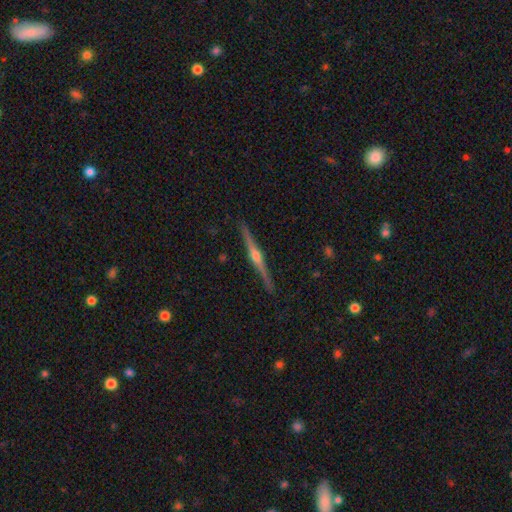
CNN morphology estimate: Smooth or featured? Predicted: featured or disk (p=0.84). Edge-on disk? Predicted: yes (p=0.99). Edge-on bulge? Predicted: rounded (p=0.92). Merging? Predicted: none (p=0.91).